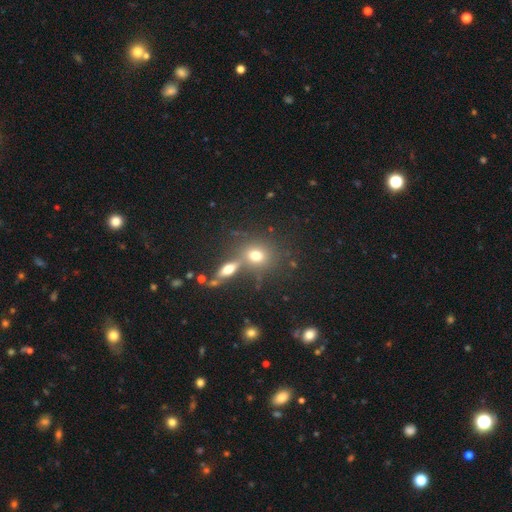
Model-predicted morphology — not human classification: Smooth or featured: smooth — 72% (featured or disk — 15%)
How rounded: round — 60% (in between — 37%)
Merging: none — 53% (merger — 33%)